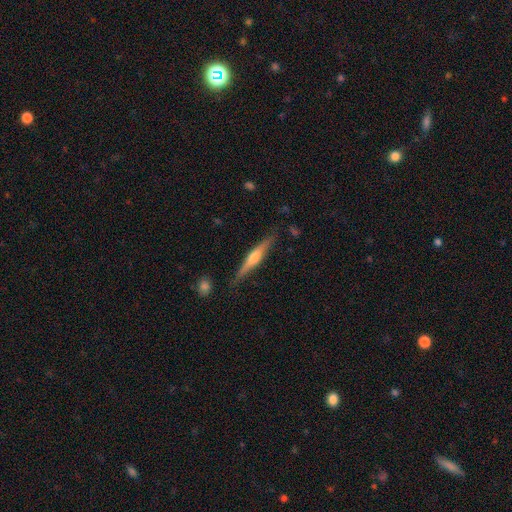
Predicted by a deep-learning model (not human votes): This is likely a featured or disk galaxy (65%). It is clearly viewed edge-on (97%). Edge-on bulge: clearly rounded (84%). Merging: clearly none (85%).